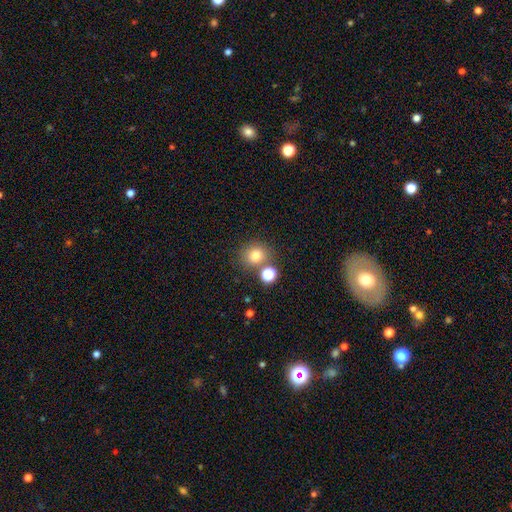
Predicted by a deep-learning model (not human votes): Smooth or featured? smooth (77%)
How rounded? round (82%)
Merging? none (69%)